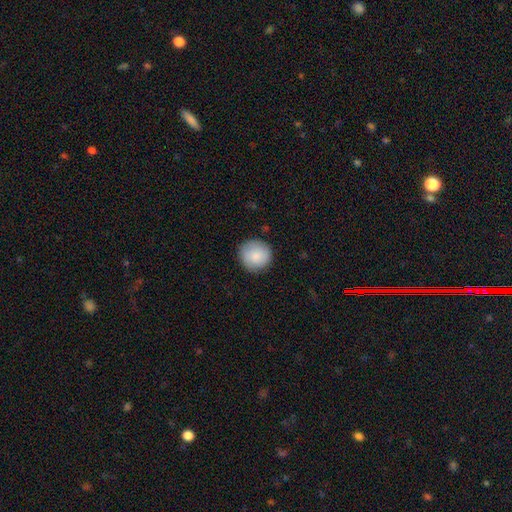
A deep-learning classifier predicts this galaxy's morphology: A smooth galaxy with no disk features (85%) that is round (94%).

Vote fractions:
- Smooth or featured? smooth: 85% / featured or disk: 9% / star or artifact: 6%
- How rounded? round: 94% / in between: 5% / cigar-shaped: 1%
- Merging? none: 87% / minor disturbance: 10% / major disturbance: 2% / merger: 1%